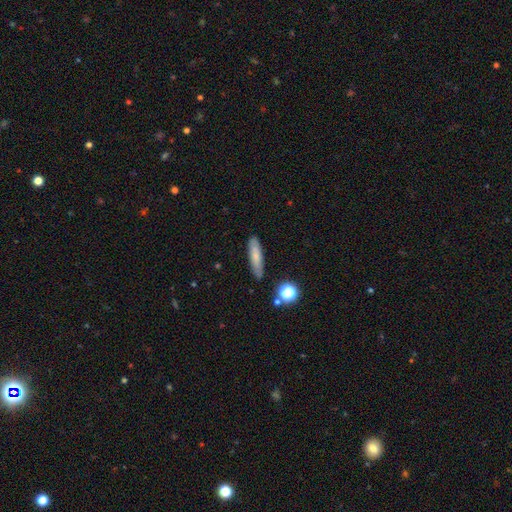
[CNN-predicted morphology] smooth_or_featured: smooth (p=0.74) [alt: featured or disk p=0.17]
how_rounded: cigar-shaped (p=0.73) [alt: in between p=0.24]
merging: none (p=0.83) [alt: minor disturbance p=0.12]